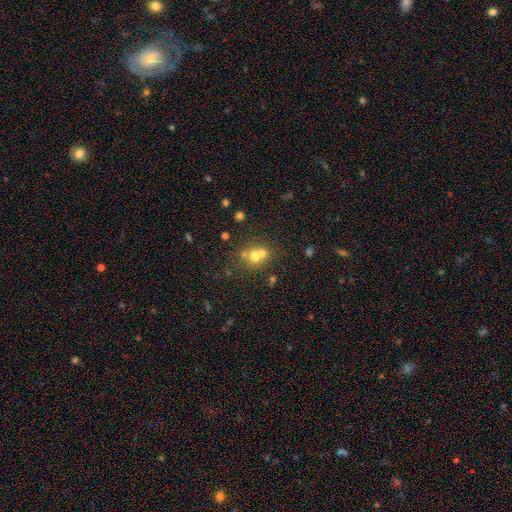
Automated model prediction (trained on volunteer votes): Smooth or featured?
  - smooth: 62% *
  - featured or disk: 21%
  - star or artifact: 18%
How rounded?
  - round: 80% *
  - in between: 19%
  - cigar-shaped: 1%
Merging?
  - merger: 51% *
  - none: 39%
  - minor disturbance: 6%
  - major disturbance: 3%